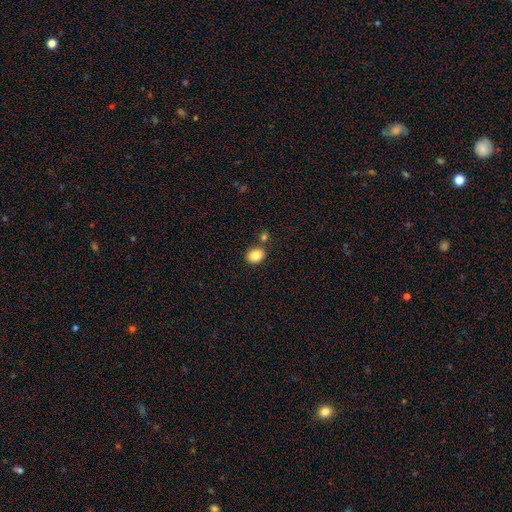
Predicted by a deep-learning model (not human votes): Smooth or featured?
  - smooth: 85% *
  - star or artifact: 9%
  - featured or disk: 6%
How rounded?
  - in between: 54% *
  - round: 45%
  - cigar-shaped: 1%
Merging?
  - none: 77% *
  - merger: 11%
  - minor disturbance: 10%
  - major disturbance: 3%